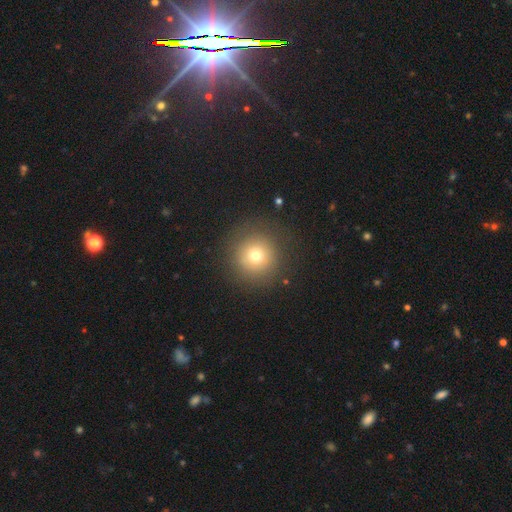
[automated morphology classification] smooth 72%, star or artifact 15%, featured or disk 13%. Down the decision tree: how rounded — round (95%); merging — none (87%).